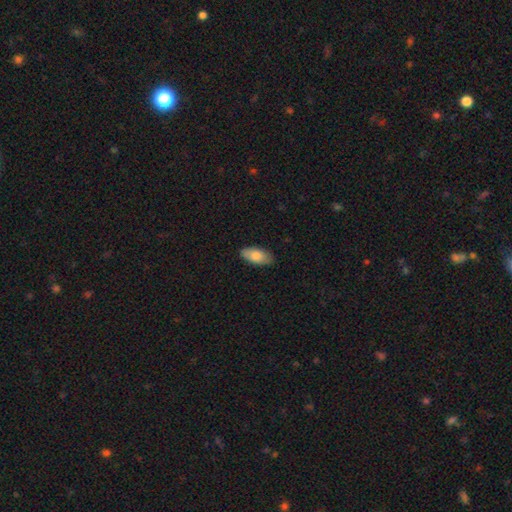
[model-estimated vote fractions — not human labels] A smooth galaxy with no disk features (81%) that is in between round and cigar-shaped (91%).

Vote fractions:
- Smooth or featured? smooth: 81% / featured or disk: 13% / star or artifact: 6%
- How rounded? in between: 91% / cigar-shaped: 7% / round: 2%
- Merging? none: 84% / minor disturbance: 13% / major disturbance: 2% / merger: 1%